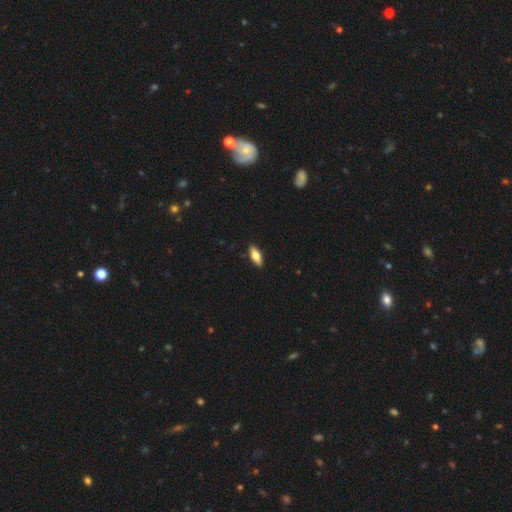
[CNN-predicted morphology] smooth_or_featured: smooth (p=0.70) [alt: featured or disk p=0.24]
how_rounded: in between (p=0.74) [alt: cigar-shaped p=0.23]
merging: none (p=0.90) [alt: minor disturbance p=0.07]